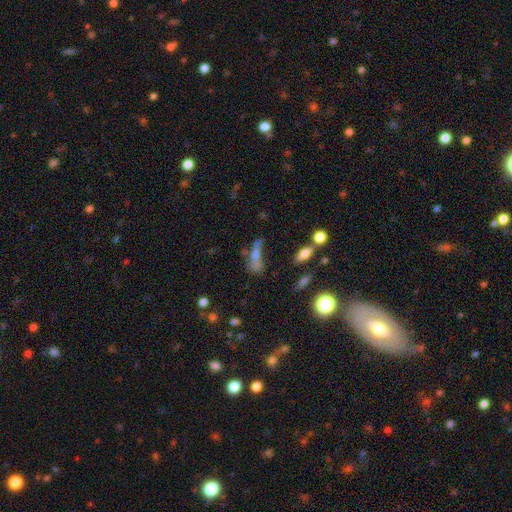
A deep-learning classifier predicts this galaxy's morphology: Smooth or featured? smooth (54%)
How rounded? cigar-shaped (47%)
Merging? none (31%)